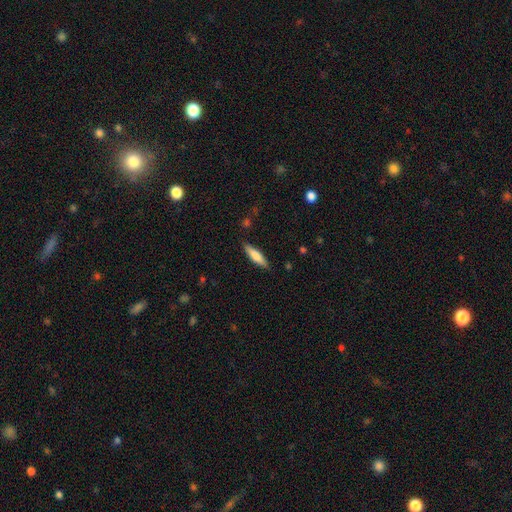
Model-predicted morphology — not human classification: smooth 72%, featured or disk 22%, star or artifact 6%. Down the decision tree: how rounded — cigar-shaped (70%); merging — none (86%).